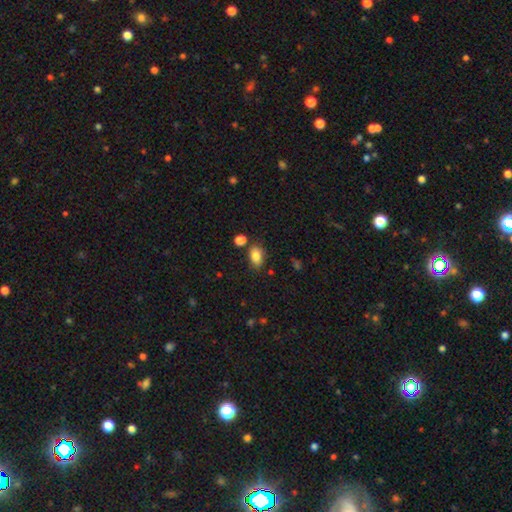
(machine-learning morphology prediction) This is clearly a smooth galaxy (84%). How rounded: clearly in between (87%). Merging: likely none (75%).